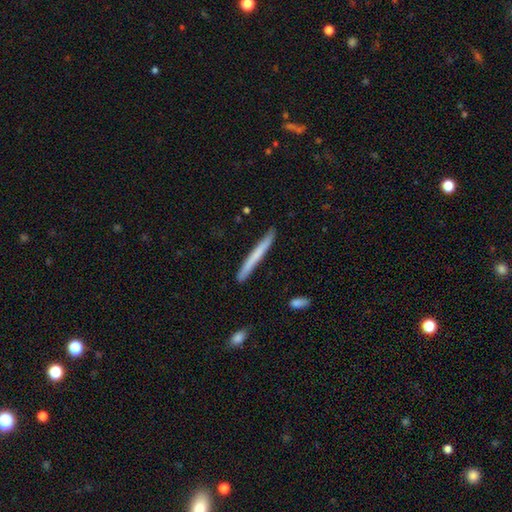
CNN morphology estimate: A smooth galaxy with no disk features (62%) that is cigar-shaped (97%).

Vote fractions:
- Smooth or featured? smooth: 62% / featured or disk: 32% / star or artifact: 6%
- How rounded? cigar-shaped: 97% / in between: 2% / round: 1%
- Merging? none: 89% / minor disturbance: 8% / major disturbance: 1% / merger: 1%